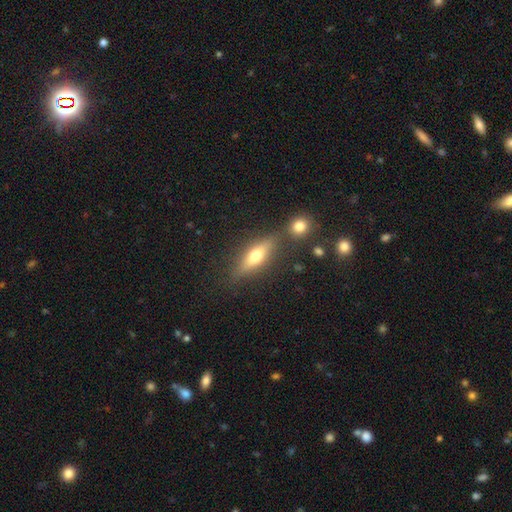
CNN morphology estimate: type=smooth (50%); merging=none (74%).